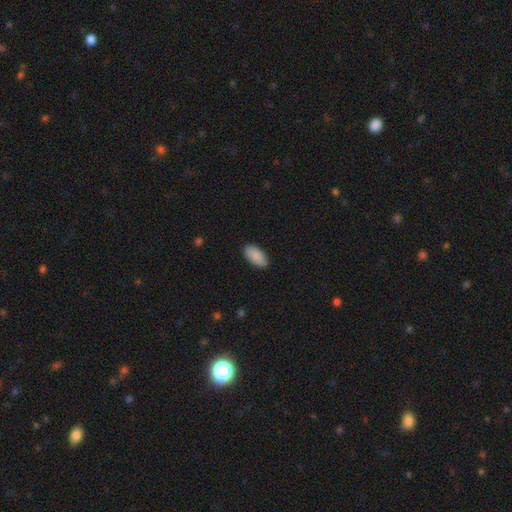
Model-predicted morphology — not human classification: This is clearly a smooth galaxy (90%). How rounded: clearly in between (95%). Merging: clearly none (88%).